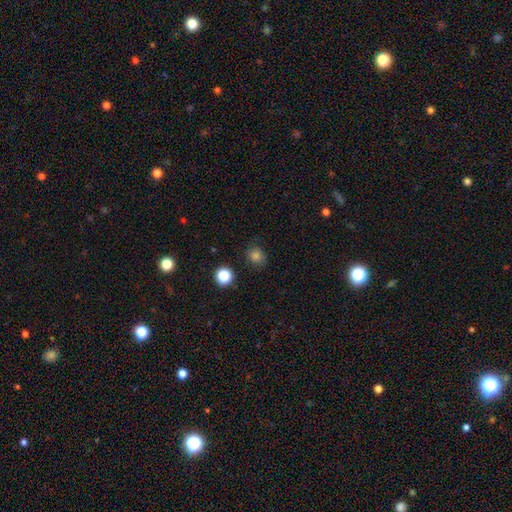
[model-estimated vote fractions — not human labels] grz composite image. It shows a smooth galaxy with no disk features (79%) that is round (76%). Merging: none (82%).